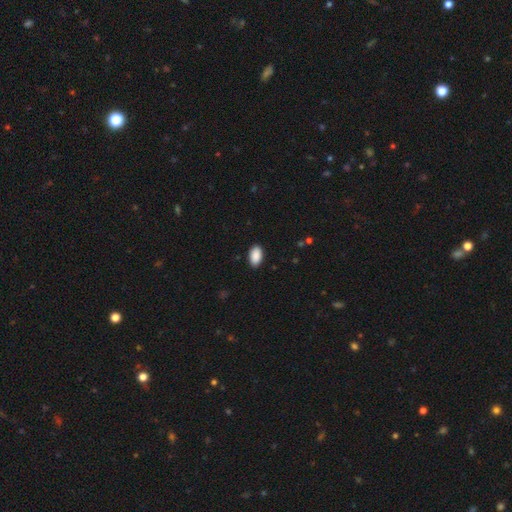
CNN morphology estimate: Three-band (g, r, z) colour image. It shows a smooth galaxy with no disk features (91%) that is in between round and cigar-shaped (94%). Merging: none (89%).